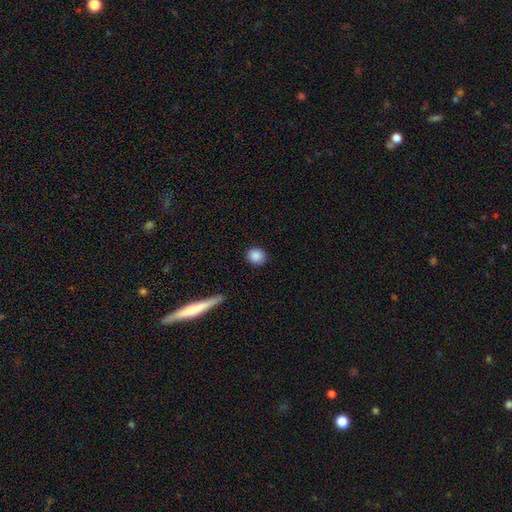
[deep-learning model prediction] Smooth or featured?
  - smooth: 88% *
  - star or artifact: 9%
  - featured or disk: 4%
How rounded?
  - round: 78% *
  - in between: 21%
  - cigar-shaped: 1%
Merging?
  - none: 89% *
  - minor disturbance: 7%
  - major disturbance: 2%
  - merger: 1%